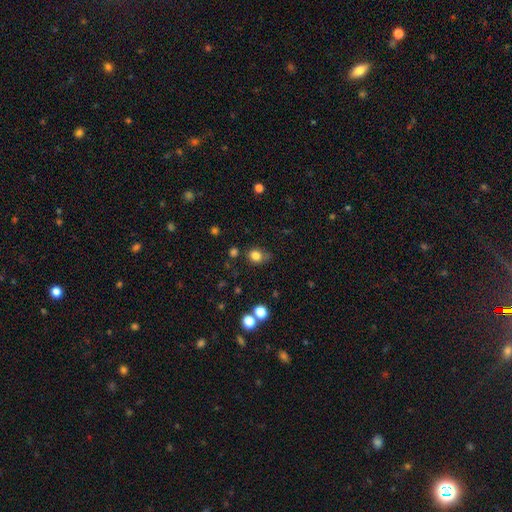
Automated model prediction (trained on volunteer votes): smooth 82%, star or artifact 13%, featured or disk 6%. Down the decision tree: how rounded — round (63%); merging — none (64%).